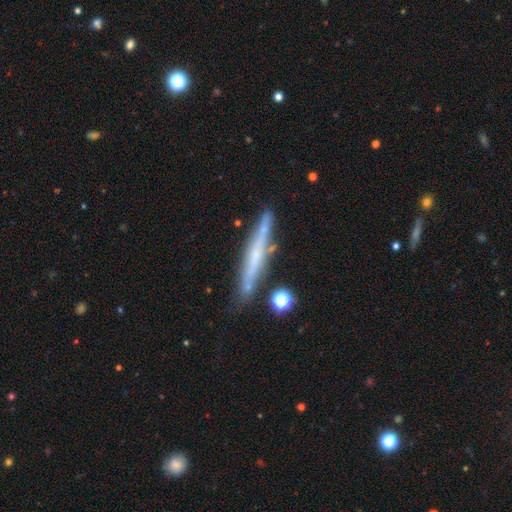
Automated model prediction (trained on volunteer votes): Smooth or featured? Predicted: featured or disk (p=0.60). Edge-on disk? Predicted: yes (p=0.94). Edge-on bulge? Predicted: none (p=0.65). Merging? Predicted: none (p=0.80).